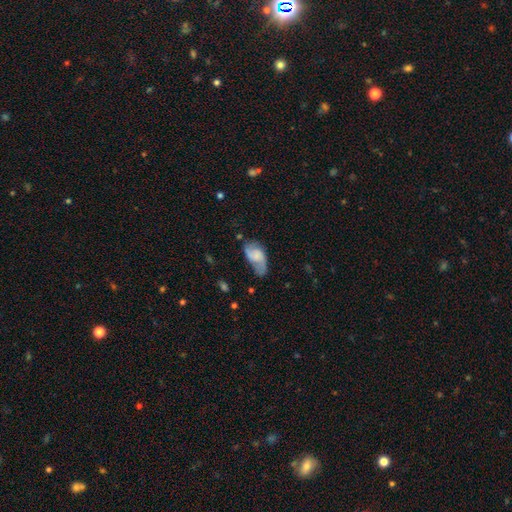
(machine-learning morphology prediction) A smooth galaxy with no disk features (51%) that is in between round and cigar-shaped (91%). Merging: none (39%).